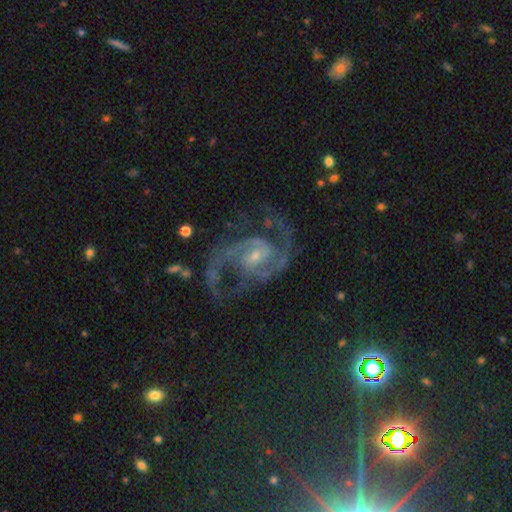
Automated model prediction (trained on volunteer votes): Smooth or featured? Predicted: featured or disk (p=0.93). Edge-on disk? Predicted: no (p=0.98). Bar? Predicted: weak (p=0.52). Spiral arms? Predicted: yes (p=0.98). Spiral winding? Predicted: medium (p=0.64). Spiral arm count? Predicted: 2 (p=0.88). Bulge size? Predicted: small (p=0.60). Merging? Predicted: none (p=0.72).